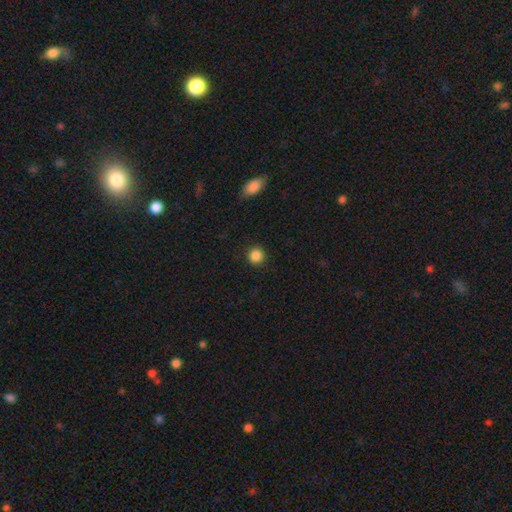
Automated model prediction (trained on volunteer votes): Smooth or featured?
  - smooth: 87% *
  - star or artifact: 10%
  - featured or disk: 3%
How rounded?
  - round: 92% *
  - in between: 7%
  - cigar-shaped: 1%
Merging?
  - none: 91% *
  - minor disturbance: 6%
  - major disturbance: 2%
  - merger: 1%